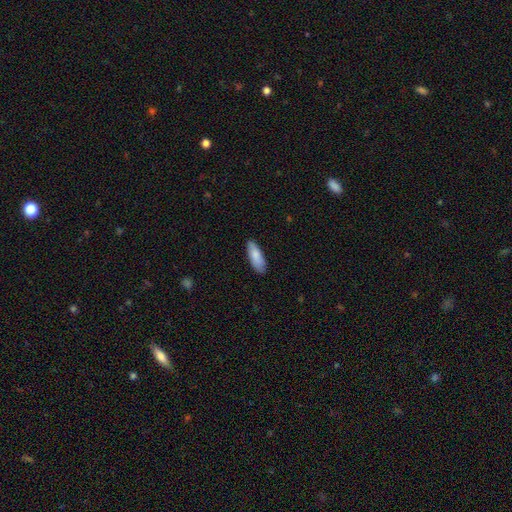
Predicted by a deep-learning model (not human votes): Morphology: type=smooth (85%); roundness=in between (60%); merging=none (85%).